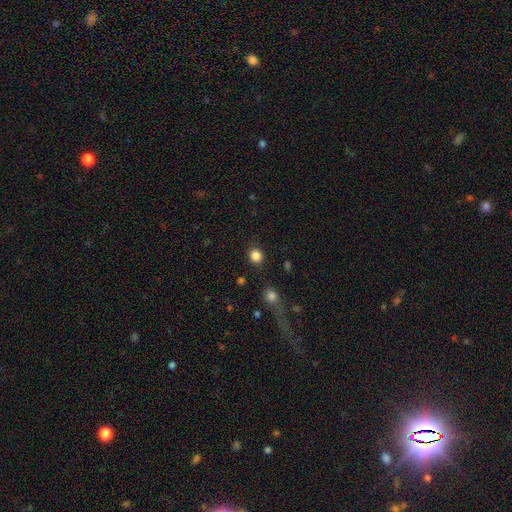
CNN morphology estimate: smooth-or-featured: smooth: 85% | star or artifact: 11% | featured or disk: 4%
  how-rounded: round: 83% | in between: 16% | cigar-shaped: 1%
  merging: none: 83% | minor disturbance: 9% | major disturbance: 4% | merger: 4%